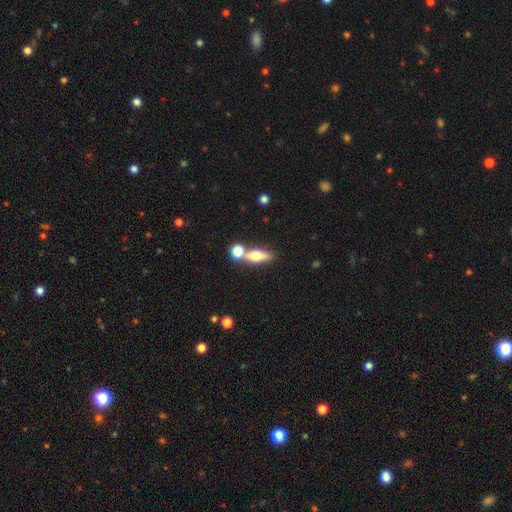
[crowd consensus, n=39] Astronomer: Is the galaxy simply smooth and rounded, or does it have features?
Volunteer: featured or disk — 51% (runner-up: smooth, 44%).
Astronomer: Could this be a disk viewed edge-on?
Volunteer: yes — 90%.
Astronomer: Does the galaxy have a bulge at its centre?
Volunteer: rounded — 100%.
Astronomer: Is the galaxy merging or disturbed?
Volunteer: none — 54%.